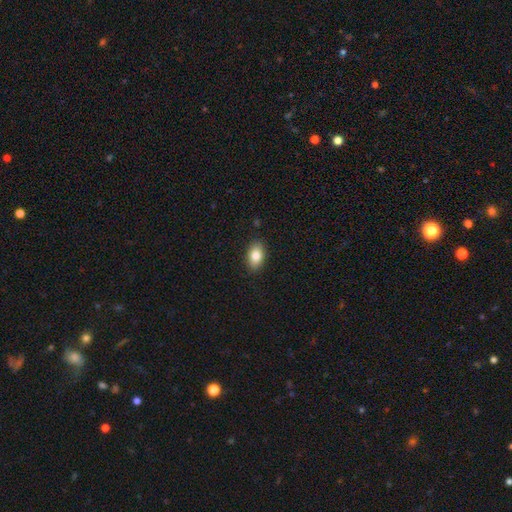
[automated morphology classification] Overall: smooth (83%). How rounded: in between (90%). Merging: none (88%).